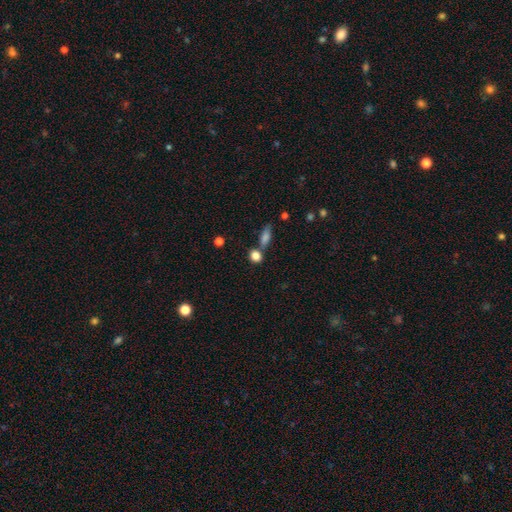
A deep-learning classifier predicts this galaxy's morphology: The model was most divided on "how rounded": round: 60%, in between: 34%, cigar-shaped: 6%. More confident: smooth or featured — smooth (83%); merging — none (61%).